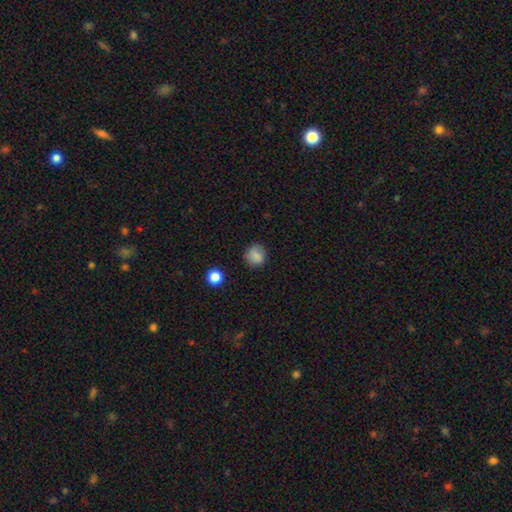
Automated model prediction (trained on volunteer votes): smooth-or-featured: smooth: 83% | star or artifact: 11% | featured or disk: 6%
  how-rounded: round: 83% | in between: 16% | cigar-shaped: 1%
  merging: none: 80% | minor disturbance: 15% | major disturbance: 4% | merger: 2%